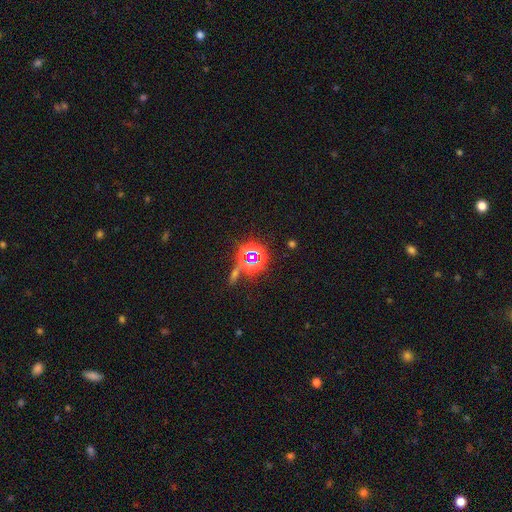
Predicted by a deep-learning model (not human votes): A star or artifact, not a galaxy (74%).

Vote fractions:
- Smooth or featured? star or artifact: 74% / smooth: 19% / featured or disk: 7%